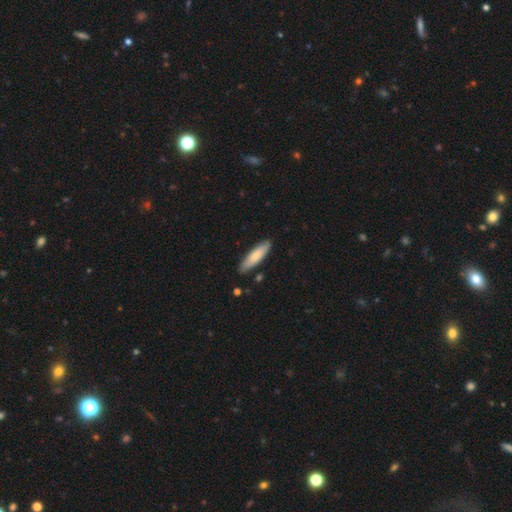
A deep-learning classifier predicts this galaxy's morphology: Smooth or featured: smooth — 76% (featured or disk — 19%)
How rounded: cigar-shaped — 66% (in between — 33%)
Merging: none — 85% (minor disturbance — 11%)